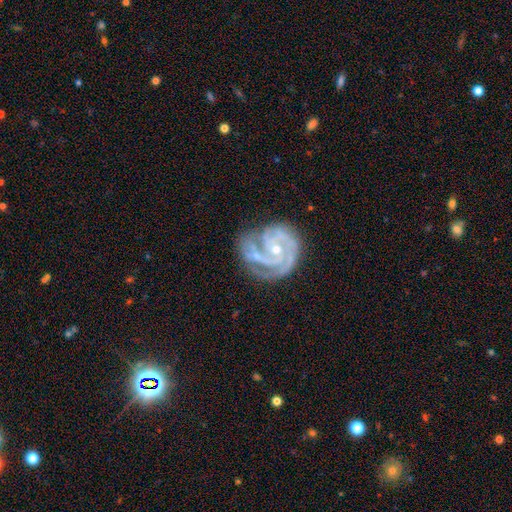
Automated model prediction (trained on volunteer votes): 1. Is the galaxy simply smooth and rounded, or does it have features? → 89% featured or disk, 6% star or artifact, 5% smooth.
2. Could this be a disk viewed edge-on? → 98% no, 2% yes.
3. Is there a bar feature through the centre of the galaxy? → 65% no, 27% weak, 8% strong.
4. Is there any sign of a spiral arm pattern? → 98% yes, 2% no.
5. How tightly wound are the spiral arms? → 64% tight, 31% medium, 5% loose.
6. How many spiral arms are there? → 53% 3, 16% 2, 11% 4, 10% can't tell, 5% 1, 5% more than 4.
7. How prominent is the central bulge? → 59% small, 37% moderate, 2% none, 1% large, 1% dominant.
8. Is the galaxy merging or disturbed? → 60% none, 22% minor disturbance, 13% major disturbance, 5% merger.